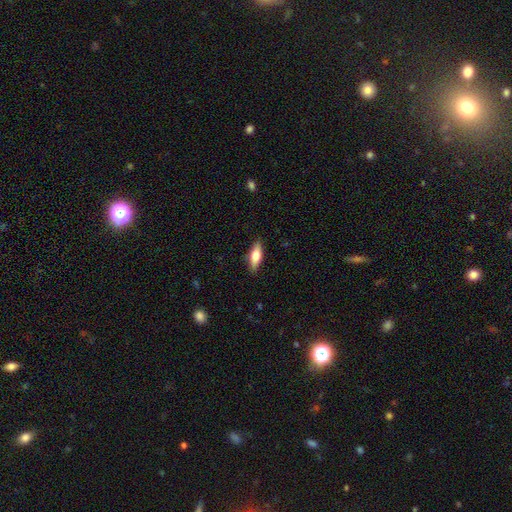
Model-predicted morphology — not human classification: Smooth or featured?
  - smooth: 63% *
  - featured or disk: 30%
  - star or artifact: 6%
How rounded?
  - in between: 66% *
  - cigar-shaped: 31%
  - round: 3%
Merging?
  - none: 86% *
  - minor disturbance: 10%
  - major disturbance: 2%
  - merger: 1%